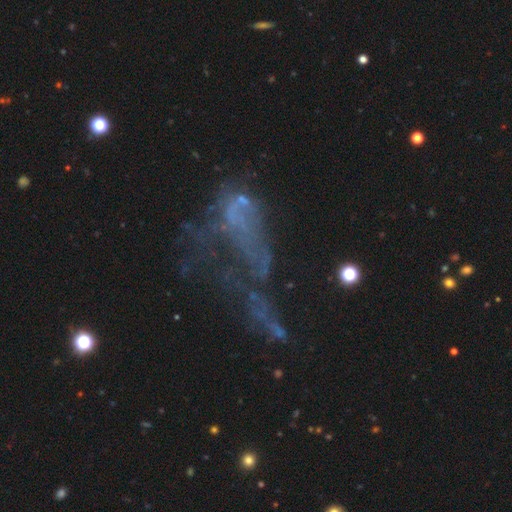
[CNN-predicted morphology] smooth_or_featured: featured or disk (p=0.44) [alt: star or artifact p=0.36]
merging: major disturbance (p=0.50) [alt: none p=0.21]